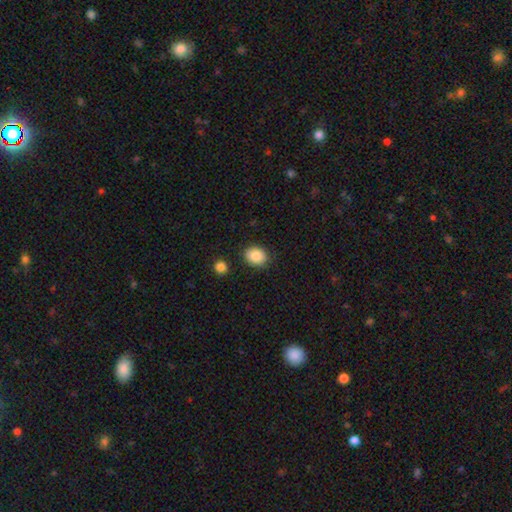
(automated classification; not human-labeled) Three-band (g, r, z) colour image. It shows a smooth galaxy with no disk features (88%) that is round (51%). Merging: none (86%).